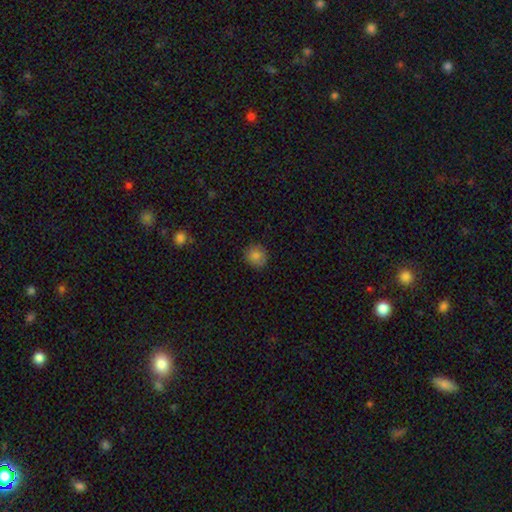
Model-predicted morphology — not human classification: A smooth galaxy with no disk features (85%) that is round (85%). Merging: none (86%).